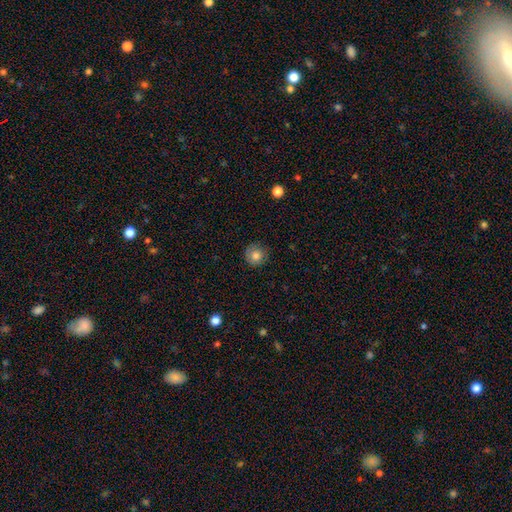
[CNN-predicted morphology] A smooth galaxy with no disk features (78%) that is round (93%).

Vote fractions:
- Smooth or featured? smooth: 78% / featured or disk: 12% / star or artifact: 10%
- How rounded? round: 93% / in between: 6% / cigar-shaped: 1%
- Merging? none: 85% / minor disturbance: 11% / major disturbance: 3% / merger: 1%